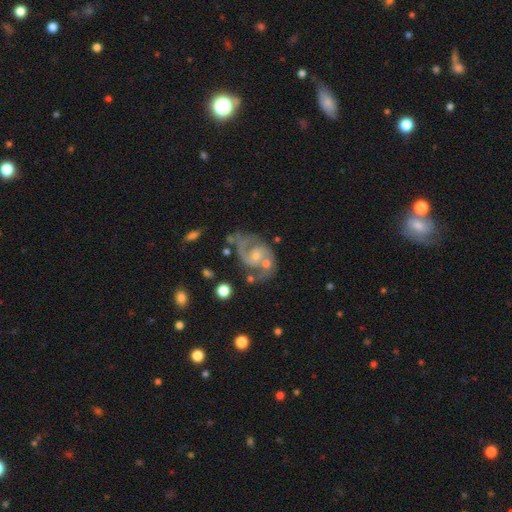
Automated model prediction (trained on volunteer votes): A featured or disk galaxy (88%) with no bar (52%), 2 (88%) medium (56%) spiral arms (96%) and a small central bulge (63%).

Vote fractions:
- Smooth or featured? featured or disk: 88% / smooth: 6% / star or artifact: 6%
- Edge-on disk? no: 98% / yes: 2%
- Bar? no: 52% / weak: 40% / strong: 8%
- Spiral arms? yes: 96% / no: 4%
- Spiral winding? medium: 56% / loose: 22% / tight: 21%
- Spiral arm count? 2: 88% / can't tell: 4% / 1: 3% / 3: 2% / 4: 1% / more than 4: 1%
- Bulge size? small: 63% / moderate: 29% / none: 5% / large: 2% / dominant: 1%
- Merging? none: 56% / minor disturbance: 19% / merger: 14% / major disturbance: 11%